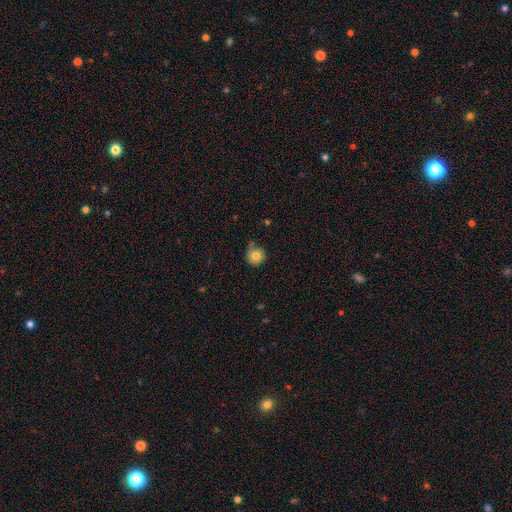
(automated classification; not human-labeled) The model was most divided on "merging": none: 62%, minor disturbance: 26%, major disturbance: 7%, merger: 5%. More confident: how rounded — round (91%); smooth or featured — smooth (80%).